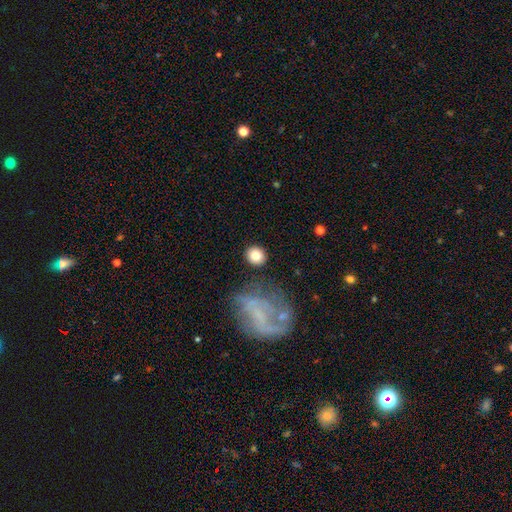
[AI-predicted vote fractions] Morphology: type=smooth (80%); roundness=round (84%); merging=none (85%).